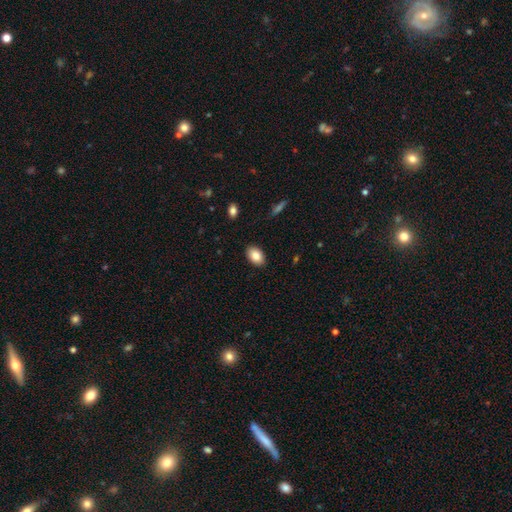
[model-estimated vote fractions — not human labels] Smooth or featured: smooth — 85% (featured or disk — 8%)
How rounded: in between — 90% (round — 9%)
Merging: none — 89% (minor disturbance — 8%)